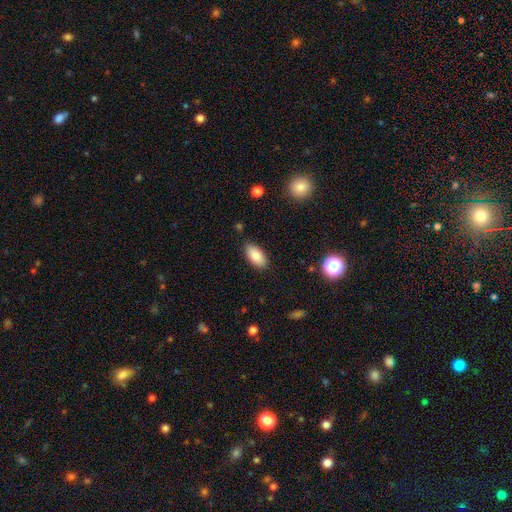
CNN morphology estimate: Smooth or featured?
  - smooth: 85% *
  - featured or disk: 8%
  - star or artifact: 7%
How rounded?
  - in between: 92% *
  - cigar-shaped: 5%
  - round: 3%
Merging?
  - none: 86% *
  - minor disturbance: 10%
  - major disturbance: 2%
  - merger: 1%